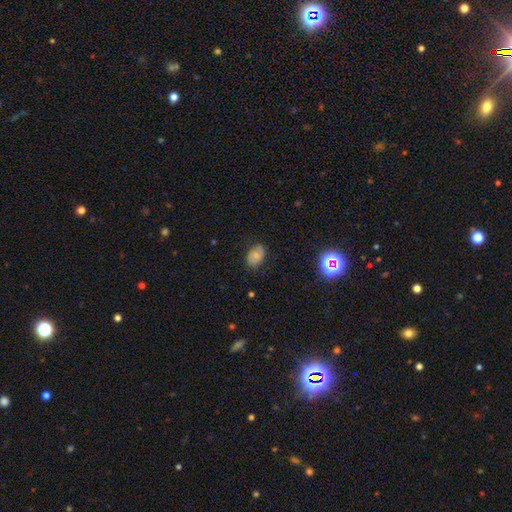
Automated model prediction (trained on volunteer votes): A smooth galaxy with no disk features (68%) that is in between round and cigar-shaped (82%). Merging: none (76%).